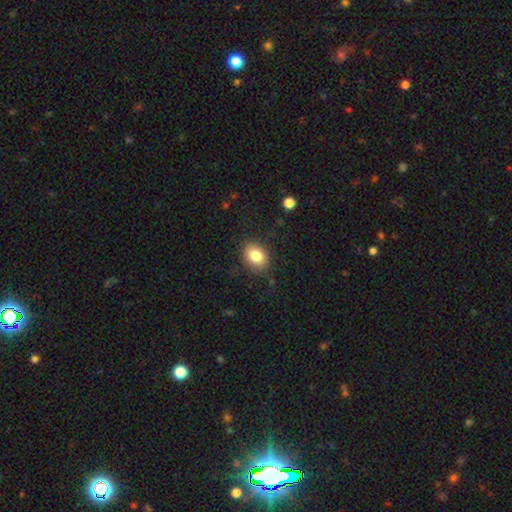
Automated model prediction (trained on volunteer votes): Smooth or featured?
  - smooth: 82% *
  - star or artifact: 9%
  - featured or disk: 9%
How rounded?
  - in between: 66% *
  - round: 33%
  - cigar-shaped: 1%
Merging?
  - none: 84% *
  - minor disturbance: 12%
  - major disturbance: 3%
  - merger: 1%